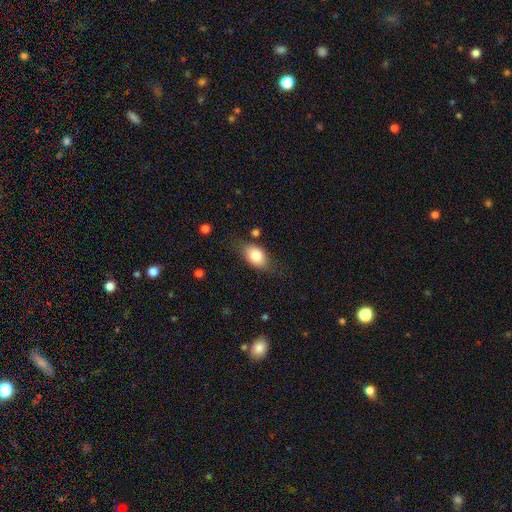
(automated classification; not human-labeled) The model was most divided on "merging": none: 71%, minor disturbance: 20%, major disturbance: 7%, merger: 3%. More confident: how rounded — in between (83%); smooth or featured — smooth (81%).